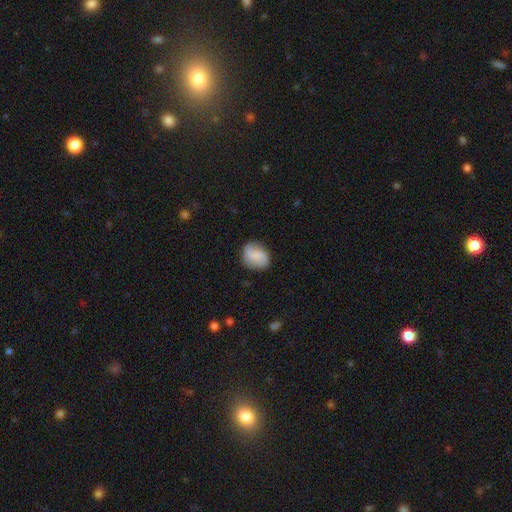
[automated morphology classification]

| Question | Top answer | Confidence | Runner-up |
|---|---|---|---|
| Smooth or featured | smooth | 53% | featured or disk (39%) |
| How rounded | round | 53% | in between (46%) |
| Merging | none | 77% | minor disturbance (16%) |